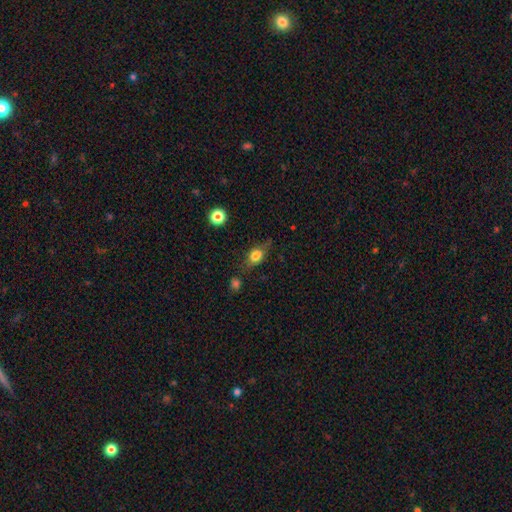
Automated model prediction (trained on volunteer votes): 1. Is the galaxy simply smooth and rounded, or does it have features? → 75% smooth, 15% featured or disk, 10% star or artifact.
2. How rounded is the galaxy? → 68% in between, 26% round, 6% cigar-shaped.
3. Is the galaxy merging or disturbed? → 60% none, 26% minor disturbance, 9% major disturbance, 4% merger.